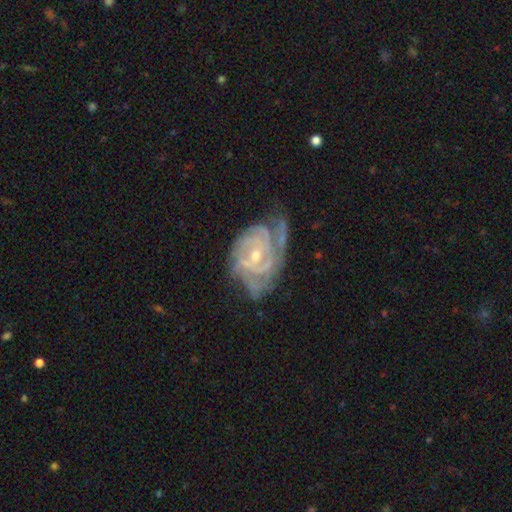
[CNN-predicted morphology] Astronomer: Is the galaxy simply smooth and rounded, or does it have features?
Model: featured or disk — 90%.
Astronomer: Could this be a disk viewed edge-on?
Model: no — 97%.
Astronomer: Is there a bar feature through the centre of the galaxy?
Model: no — 60%.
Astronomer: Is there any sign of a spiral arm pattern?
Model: yes — 97%.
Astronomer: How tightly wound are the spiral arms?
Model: tight — 73%.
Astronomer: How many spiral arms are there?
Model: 3 — 28% (runner-up: 2, 23%).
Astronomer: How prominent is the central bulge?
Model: small — 56% (runner-up: moderate, 41%).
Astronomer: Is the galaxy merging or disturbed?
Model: none — 57%.